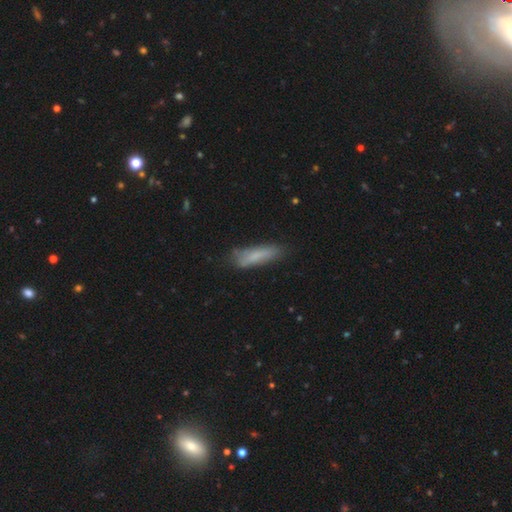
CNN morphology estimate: Overall: smooth (73%). How rounded: cigar-shaped (68%; in between 30%). Merging: none (68%).